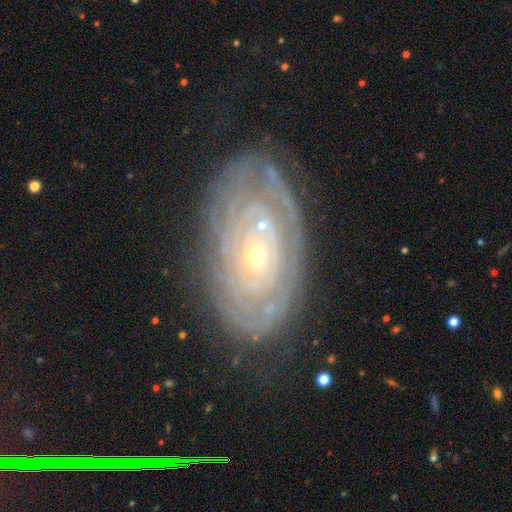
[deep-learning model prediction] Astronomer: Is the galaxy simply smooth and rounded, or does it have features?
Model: featured or disk — 79%.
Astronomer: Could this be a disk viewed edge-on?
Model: no — 94%.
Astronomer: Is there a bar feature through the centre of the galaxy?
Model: no — 83%.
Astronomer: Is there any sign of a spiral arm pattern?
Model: yes — 81%.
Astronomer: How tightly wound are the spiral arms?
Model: tight — 82%.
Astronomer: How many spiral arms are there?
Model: can't tell — 54%.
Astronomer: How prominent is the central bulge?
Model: small — 76%.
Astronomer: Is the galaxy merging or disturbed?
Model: none — 76%.